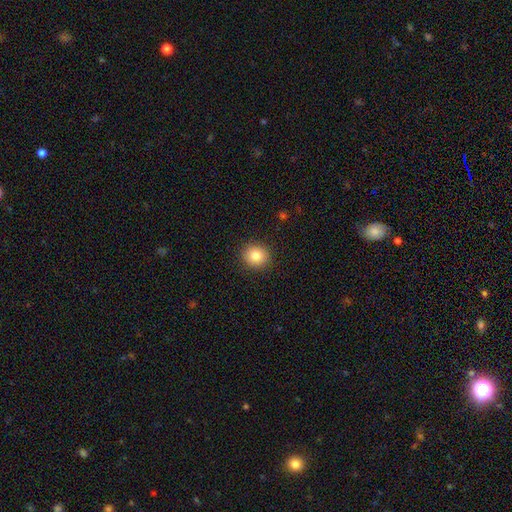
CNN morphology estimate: This appears to be a smooth galaxy with no disk features (82%) that is round (88%). Merging: none (91%).